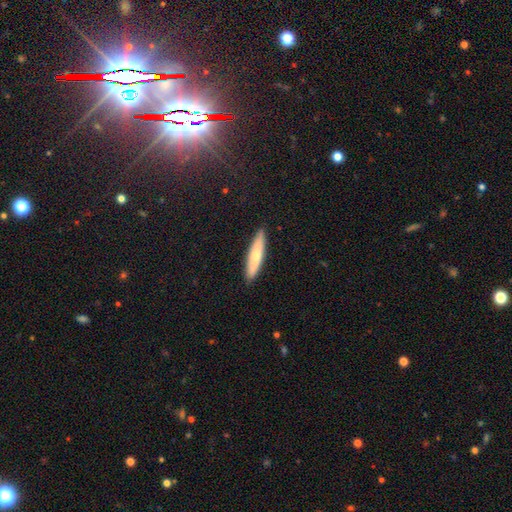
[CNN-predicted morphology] This appears to be a smooth galaxy with no disk features (66%) that is cigar-shaped (82%). Merging: none (90%).